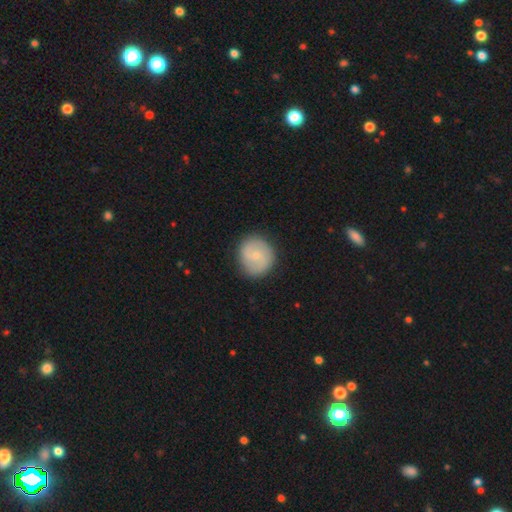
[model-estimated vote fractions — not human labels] Q: Smooth or featured?
A: smooth (51%); runner-up: featured or disk (42%)
Q: How rounded?
A: round (89%); runner-up: in between (10%)
Q: Merging?
A: none (85%); runner-up: minor disturbance (11%)